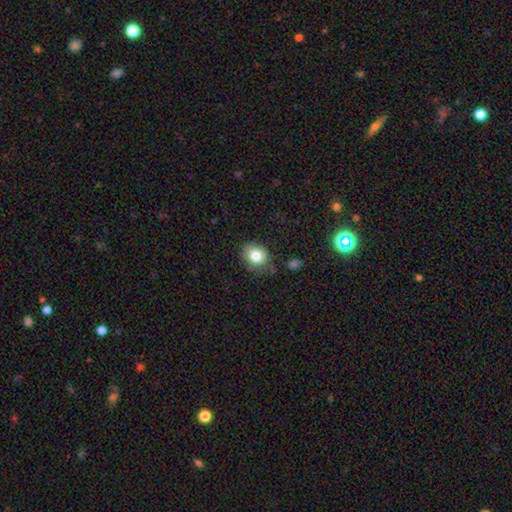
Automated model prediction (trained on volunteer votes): Overall: smooth (80%). How rounded: round (62%; in between 37%). Merging: none (77%).